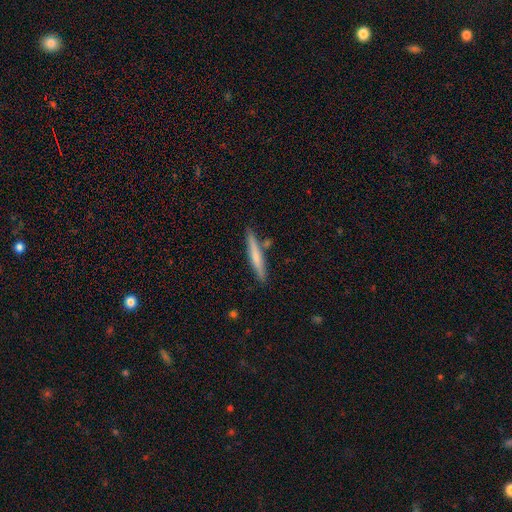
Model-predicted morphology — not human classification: A smooth galaxy with no disk features (62%) that is cigar-shaped (94%).

Vote fractions:
- Smooth or featured? smooth: 62% / featured or disk: 33% / star or artifact: 6%
- How rounded? cigar-shaped: 94% / in between: 4% / round: 1%
- Merging? none: 82% / minor disturbance: 11% / merger: 5% / major disturbance: 2%